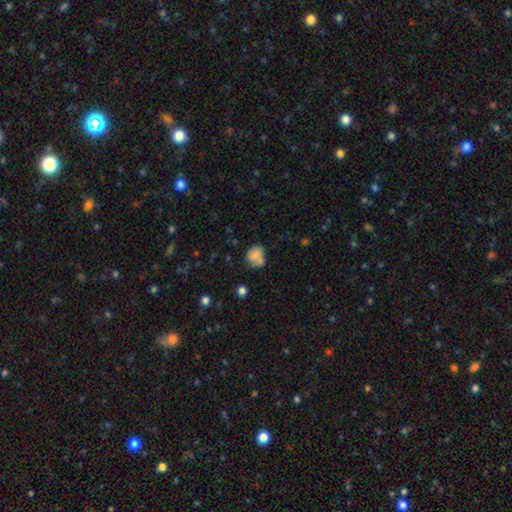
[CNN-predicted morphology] The model was most divided on "merging": none: 44%, minor disturbance: 24%, merger: 23%, major disturbance: 10%. More confident: smooth or featured — smooth (75%); how rounded — round (62%).